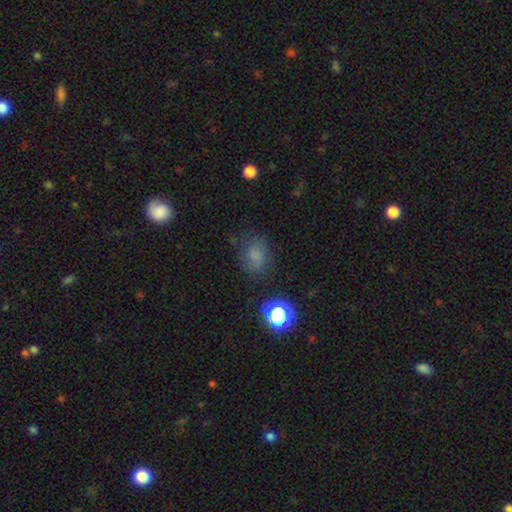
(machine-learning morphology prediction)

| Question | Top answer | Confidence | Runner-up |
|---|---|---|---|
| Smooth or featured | smooth | 69% | star or artifact (18%) |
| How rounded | in between | 56% | round (43%) |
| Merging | none | 64% | minor disturbance (22%) |